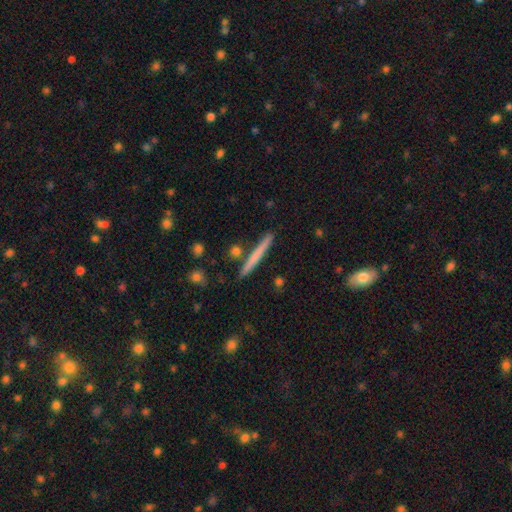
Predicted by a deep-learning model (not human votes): Smooth or featured: smooth — 59% (featured or disk — 36%)
How rounded: cigar-shaped — 96% (in between — 2%)
Merging: none — 88% (minor disturbance — 7%)